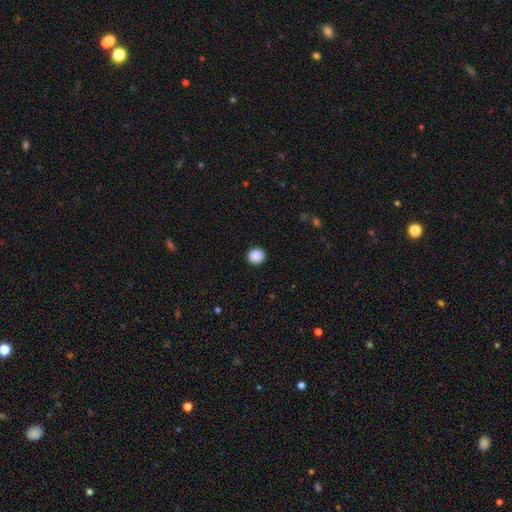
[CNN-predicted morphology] Smooth or featured?
  - smooth: 89% *
  - star or artifact: 8%
  - featured or disk: 2%
How rounded?
  - round: 86% *
  - in between: 13%
  - cigar-shaped: 1%
Merging?
  - none: 92% *
  - minor disturbance: 6%
  - major disturbance: 2%
  - merger: 1%